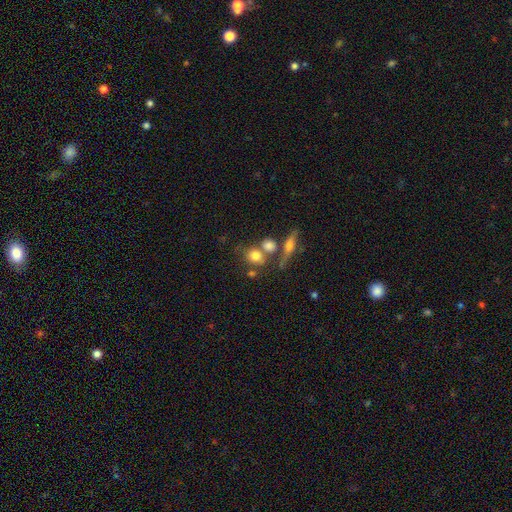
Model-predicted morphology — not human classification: smooth-or-featured: smooth: 75% | featured or disk: 15% | star or artifact: 10%
  how-rounded: round: 63% | in between: 34% | cigar-shaped: 3%
  merging: none: 52% | merger: 31% | minor disturbance: 12% | major disturbance: 6%